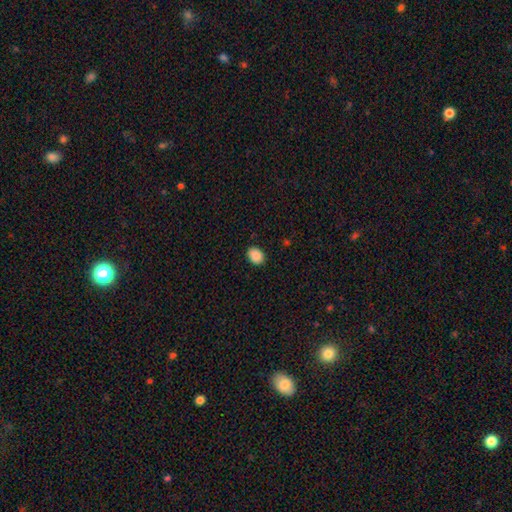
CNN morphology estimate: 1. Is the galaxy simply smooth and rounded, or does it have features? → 89% smooth, 8% star or artifact, 3% featured or disk.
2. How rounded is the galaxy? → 60% in between, 39% round, 1% cigar-shaped.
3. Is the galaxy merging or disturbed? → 87% none, 9% minor disturbance, 2% major disturbance, 1% merger.